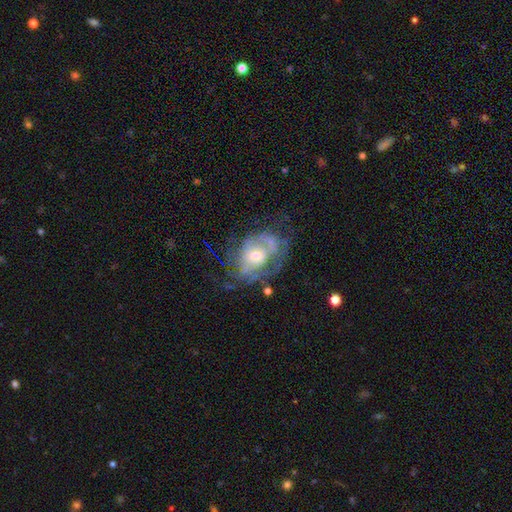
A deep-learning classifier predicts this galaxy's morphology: smooth-or-featured: featured or disk: 73% | smooth: 19% | star or artifact: 8%
  disk-edge-on: no: 96% | yes: 4%
    bar: no: 76% | weak: 20% | strong: 4%
    has-spiral-arms: yes: 64% | no: 36%
    bulge-size: moderate: 48% | small: 42% | large: 6% | none: 2% | dominant: 1%
  merging: none: 46% | major disturbance: 27% | minor disturbance: 23% | merger: 4%